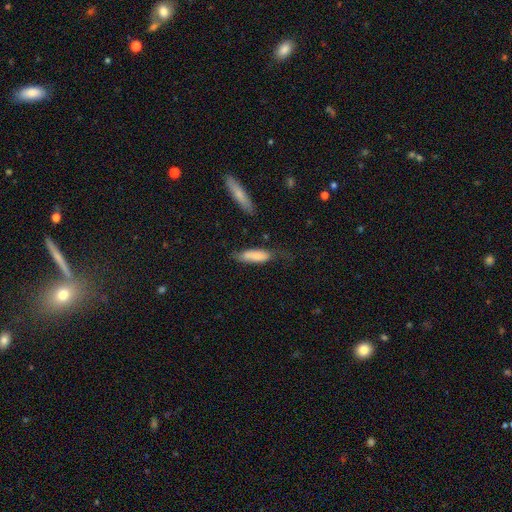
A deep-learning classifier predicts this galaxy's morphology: Q: Smooth or featured?
A: smooth (79%); runner-up: featured or disk (15%)
Q: How rounded?
A: cigar-shaped (52%); runner-up: in between (46%)
Q: Merging?
A: none (56%); runner-up: minor disturbance (29%)